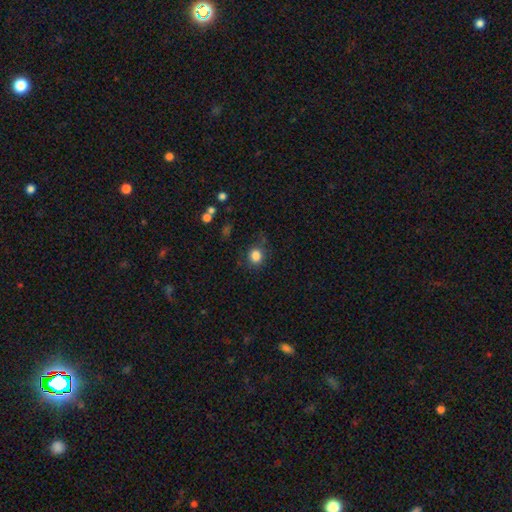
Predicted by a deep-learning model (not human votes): This appears to be a smooth galaxy with no disk features (84%) that is round (80%). Merging: none (77%).